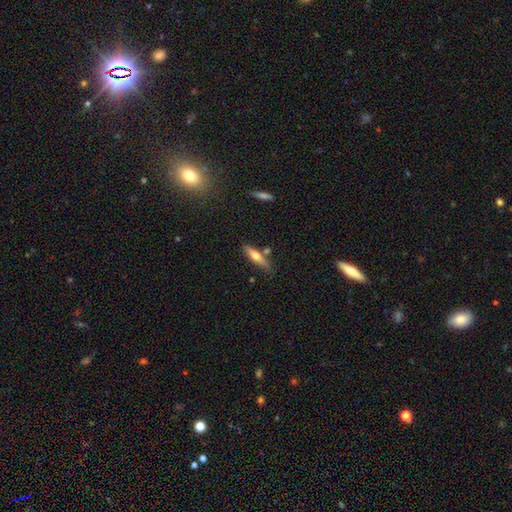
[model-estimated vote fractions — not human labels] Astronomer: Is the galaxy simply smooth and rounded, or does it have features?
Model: smooth — 54% (runner-up: featured or disk, 40%).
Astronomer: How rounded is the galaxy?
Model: cigar-shaped — 74%.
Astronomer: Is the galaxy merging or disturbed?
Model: none — 72%.